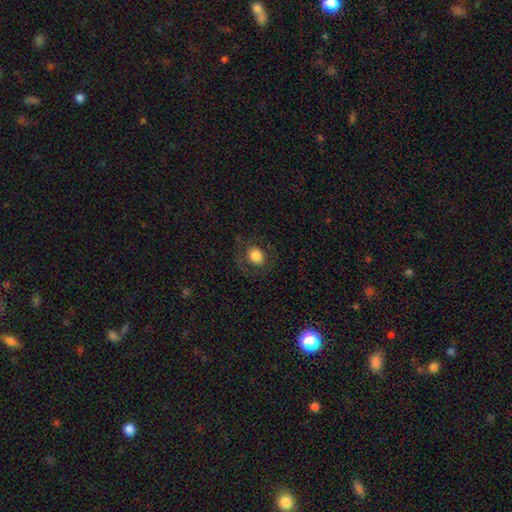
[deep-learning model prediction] Overall: smooth (74%). How rounded: round (69%; in between 30%). Merging: none (73%).